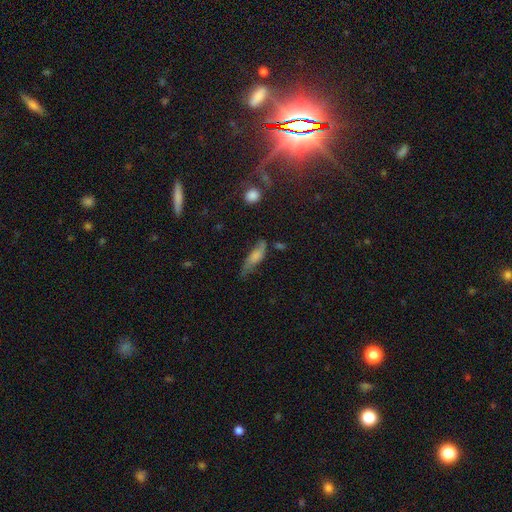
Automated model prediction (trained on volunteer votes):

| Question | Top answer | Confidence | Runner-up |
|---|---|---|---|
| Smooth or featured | smooth | 65% | featured or disk (27%) |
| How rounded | in between | 49% | cigar-shaped (48%) |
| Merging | none | 47% | minor disturbance (35%) |